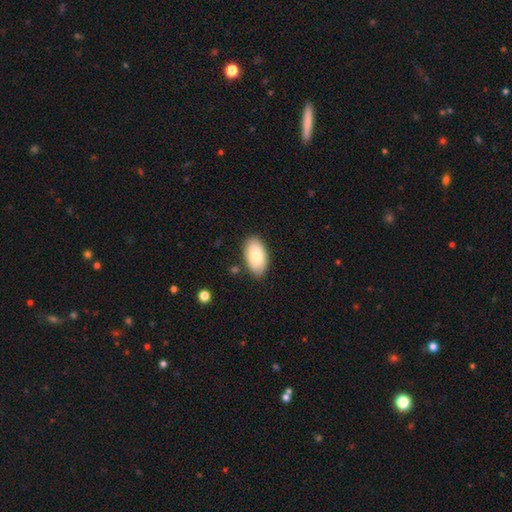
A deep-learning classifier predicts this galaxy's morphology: A smooth galaxy with no disk features (81%) that is in between round and cigar-shaped (95%).

Vote fractions:
- Smooth or featured? smooth: 81% / featured or disk: 13% / star or artifact: 6%
- How rounded? in between: 95% / round: 3% / cigar-shaped: 2%
- Merging? none: 84% / minor disturbance: 11% / major disturbance: 2% / merger: 2%